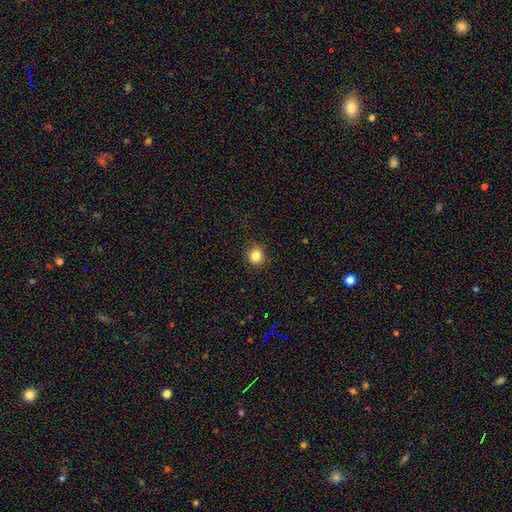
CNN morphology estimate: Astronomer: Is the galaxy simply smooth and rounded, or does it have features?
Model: smooth — 84%.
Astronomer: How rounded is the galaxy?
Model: round — 88%.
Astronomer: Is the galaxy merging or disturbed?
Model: none — 89%.